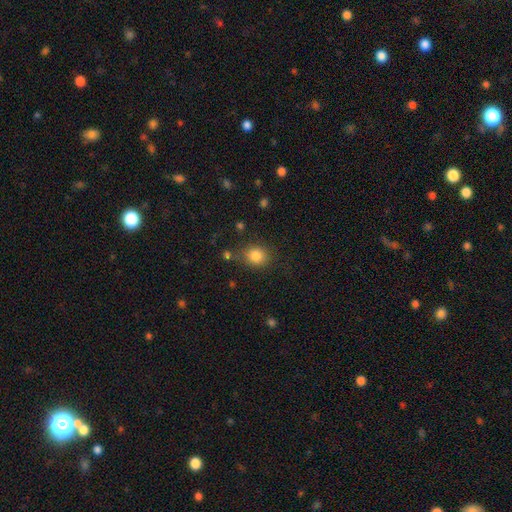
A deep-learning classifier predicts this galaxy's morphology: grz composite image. It shows a smooth galaxy with no disk features (84%) that is round (71%). Merging: none (75%).